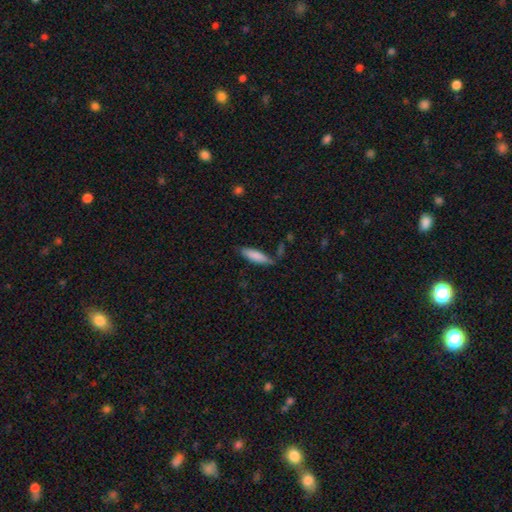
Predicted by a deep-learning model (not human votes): A smooth galaxy with no disk features (83%) that is cigar-shaped (61%). Merging: none (68%).